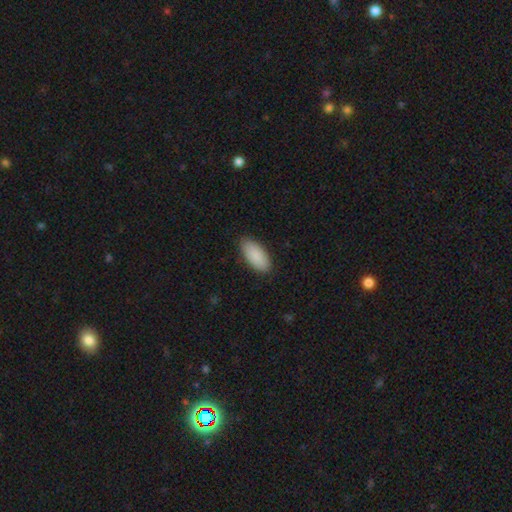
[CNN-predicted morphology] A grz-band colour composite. It shows a smooth galaxy with no disk features (90%) that is in between round and cigar-shaped (93%). Merging: none (87%).